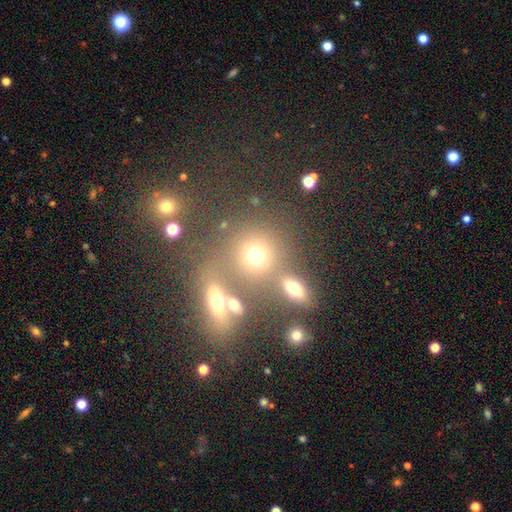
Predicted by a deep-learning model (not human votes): smooth_or_featured: smooth (p=0.69) [alt: star or artifact p=0.17]
how_rounded: round (p=0.78) [alt: in between p=0.20]
merging: none (p=0.52) [alt: merger p=0.33]